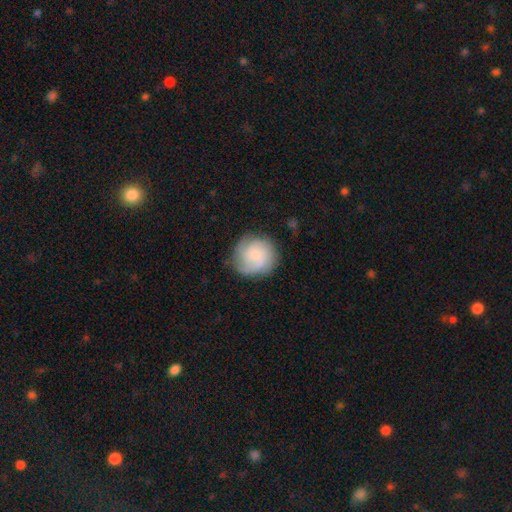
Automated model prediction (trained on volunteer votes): The model was most divided on "smooth or featured": featured or disk: 52%, smooth: 40%, star or artifact: 8%. More confident: edge-on disk — no (98%); spiral arms — yes (90%); merging — none (77%); bar — no (72%); bulge size — small (51%).